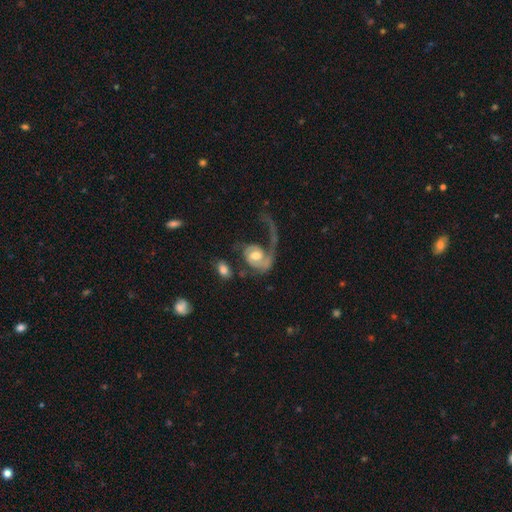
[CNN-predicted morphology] type=featured or disk (80%); edge-on=no (98%); bar=no (59%); spiral arms=yes (91%); winding=loose (50%); arm count=1 (73%); bulge=moderate (70%); merging=major disturbance (54%).